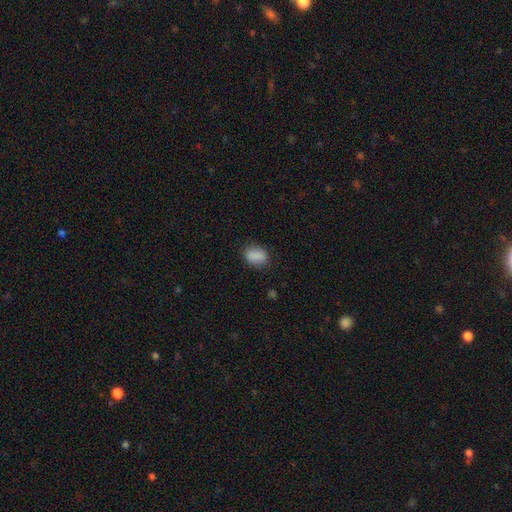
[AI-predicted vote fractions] smooth 86%, star or artifact 8%, featured or disk 6%. Down the decision tree: how rounded — in between (79%); merging — none (79%).